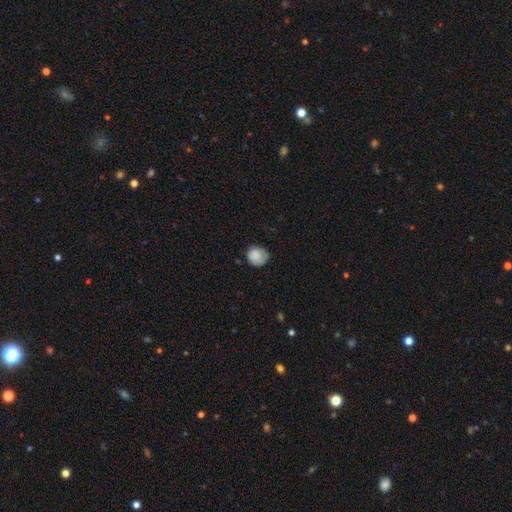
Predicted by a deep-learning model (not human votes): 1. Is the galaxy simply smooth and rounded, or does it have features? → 84% smooth, 8% star or artifact, 8% featured or disk.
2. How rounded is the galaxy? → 84% round, 15% in between, 1% cigar-shaped.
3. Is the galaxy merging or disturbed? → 68% none, 24% minor disturbance, 6% major disturbance, 1% merger.